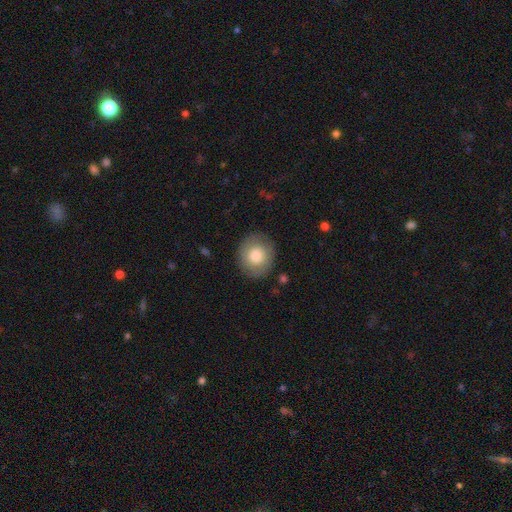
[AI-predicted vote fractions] The model was most divided on "smooth or featured": smooth: 75%, featured or disk: 19%, star or artifact: 7%. More confident: merging — none (85%); how rounded — round (81%).